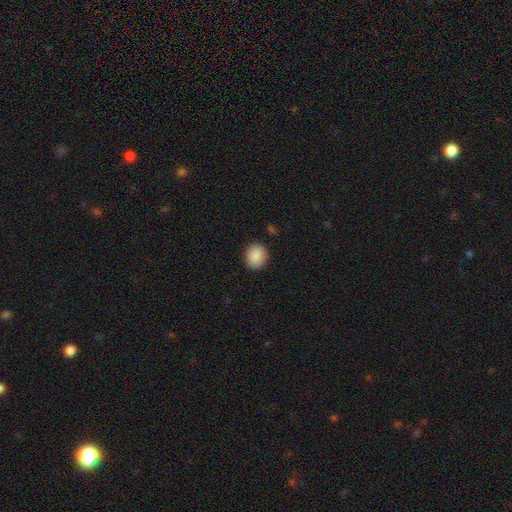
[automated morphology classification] Smooth or featured? smooth (89%)
How rounded? round (71%)
Merging? none (90%)